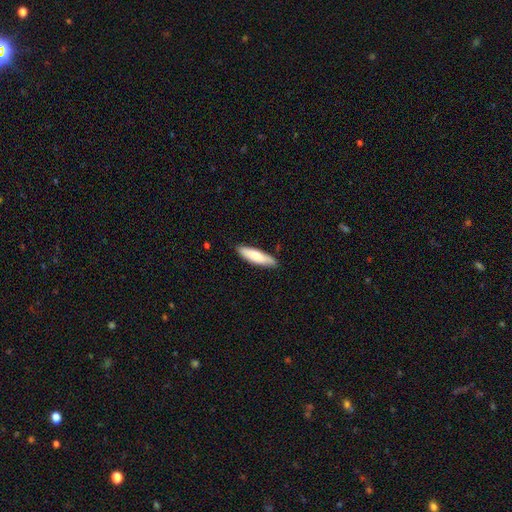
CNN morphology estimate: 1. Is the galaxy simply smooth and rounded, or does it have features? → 75% smooth, 20% featured or disk, 5% star or artifact.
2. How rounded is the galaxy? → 66% cigar-shaped, 33% in between, 1% round.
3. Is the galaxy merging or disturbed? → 86% none, 11% minor disturbance, 2% major disturbance, 1% merger.